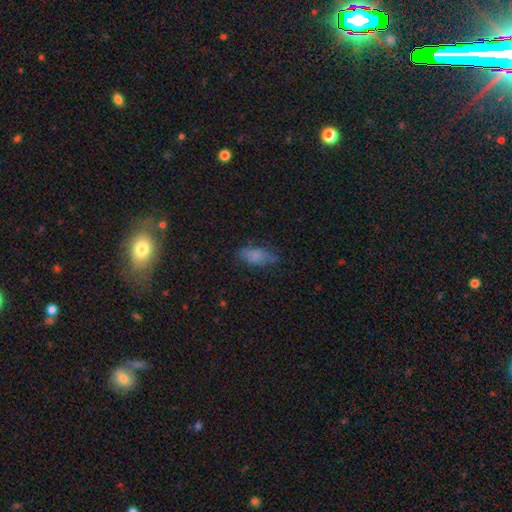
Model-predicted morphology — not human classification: This is likely a smooth galaxy (75%). How rounded: clearly in between (85%). Merging: likely none (63%).